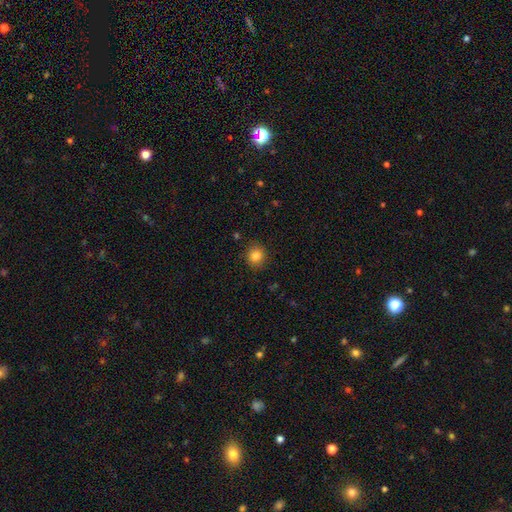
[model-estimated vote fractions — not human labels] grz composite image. It shows a smooth galaxy with no disk features (82%) that is round (85%). Merging: none (88%).